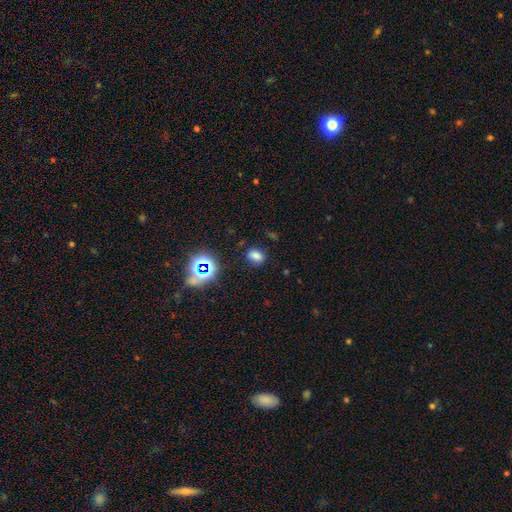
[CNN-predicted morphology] Smooth or featured? smooth (72%)
How rounded? in between (69%)
Merging? none (81%)